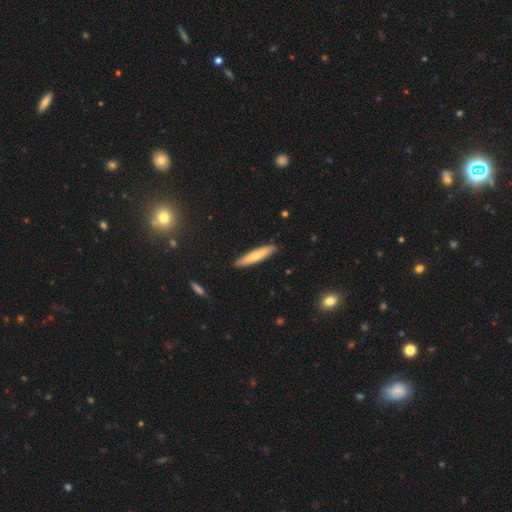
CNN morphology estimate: smooth-or-featured: smooth: 71% | featured or disk: 23% | star or artifact: 5%
  how-rounded: cigar-shaped: 87% | in between: 12% | round: 1%
  merging: none: 90% | minor disturbance: 8% | major disturbance: 1% | merger: 1%